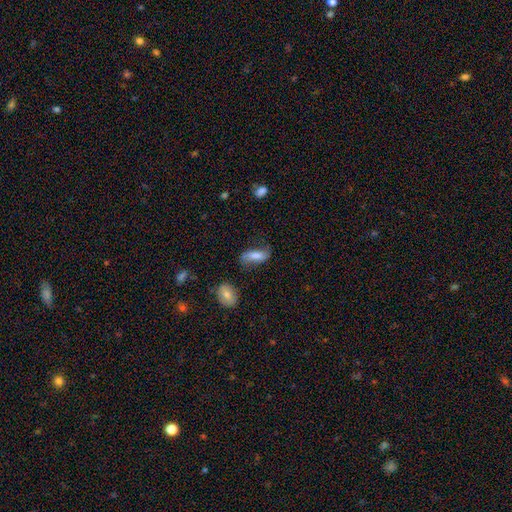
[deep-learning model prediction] Smooth or featured? smooth (72%)
How rounded? in between (75%)
Merging? none (58%)